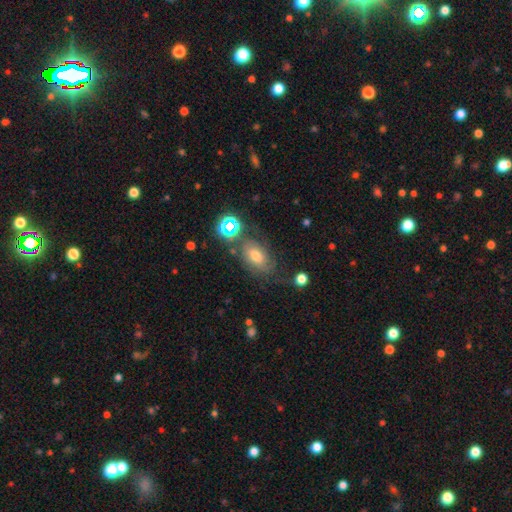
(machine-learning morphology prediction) smooth 43%, featured or disk 37%, star or artifact 19%. Down the decision tree: merging — none (58%).